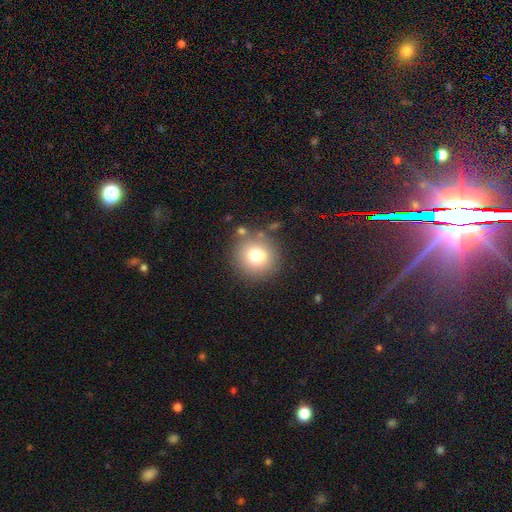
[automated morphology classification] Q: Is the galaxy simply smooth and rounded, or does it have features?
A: smooth — 76%.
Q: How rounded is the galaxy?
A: round — 92%.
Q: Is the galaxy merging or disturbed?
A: none — 80%.